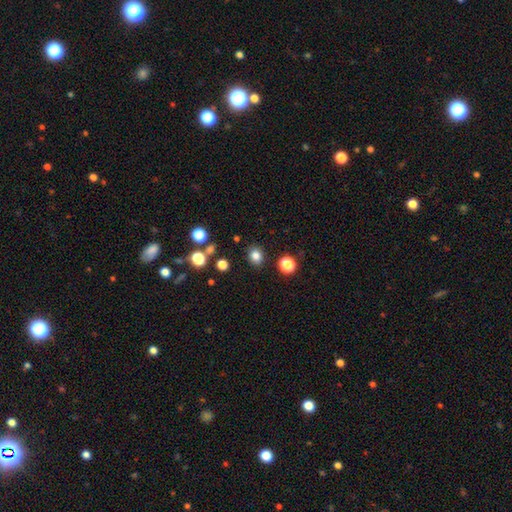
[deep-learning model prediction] Overall: smooth (82%). How rounded: round (67%; in between 32%). Merging: none (86%).